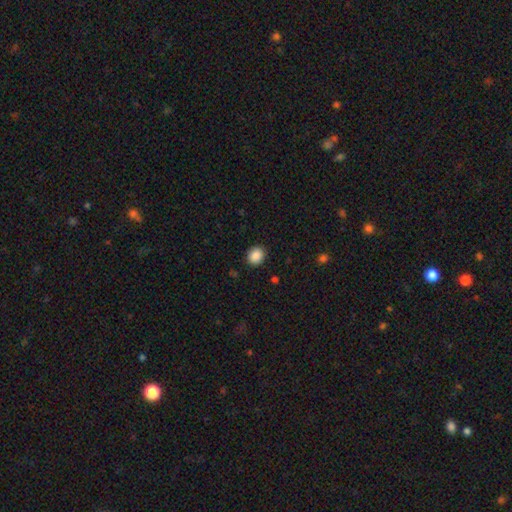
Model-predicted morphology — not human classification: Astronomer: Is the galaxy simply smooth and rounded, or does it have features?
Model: smooth — 88%.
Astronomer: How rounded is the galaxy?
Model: round — 70%.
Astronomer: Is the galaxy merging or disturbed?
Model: none — 90%.